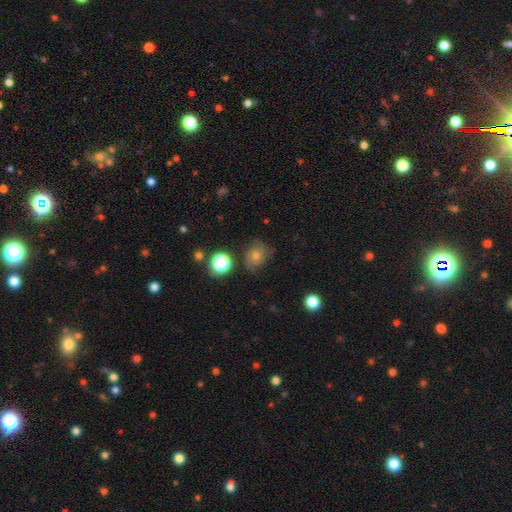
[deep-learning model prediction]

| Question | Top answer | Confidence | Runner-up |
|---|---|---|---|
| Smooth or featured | smooth | 56% | featured or disk (24%) |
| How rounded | round | 67% | in between (32%) |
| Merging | none | 68% | minor disturbance (22%) |